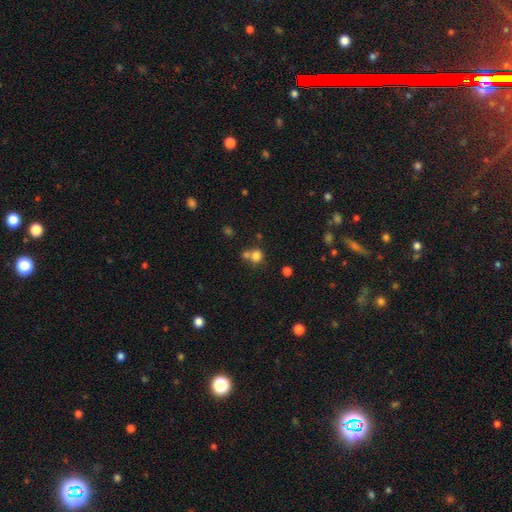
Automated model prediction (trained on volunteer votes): Smooth or featured?
  - smooth: 78% *
  - star or artifact: 14%
  - featured or disk: 9%
How rounded?
  - round: 82% *
  - in between: 17%
  - cigar-shaped: 1%
Merging?
  - none: 48% *
  - merger: 39%
  - minor disturbance: 9%
  - major disturbance: 4%